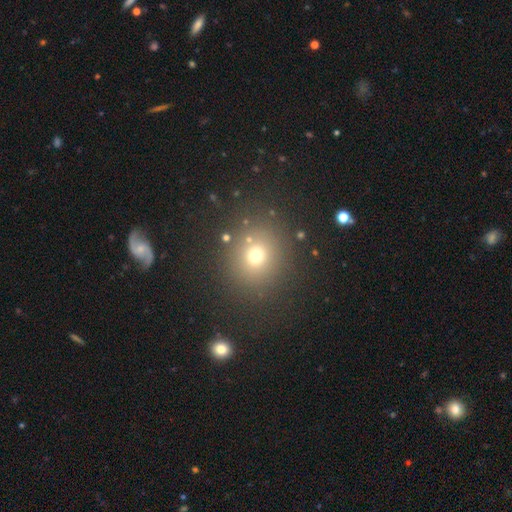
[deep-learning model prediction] Smooth or featured? smooth (69%)
How rounded? round (81%)
Merging? none (84%)